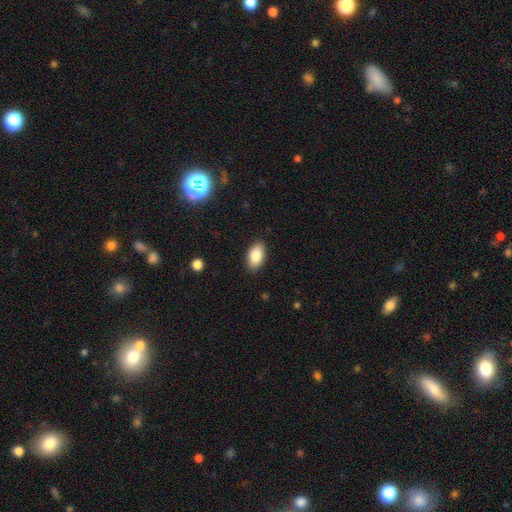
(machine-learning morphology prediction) This appears to be a smooth galaxy with no disk features (86%) that is in between round and cigar-shaped (93%). Merging: none (88%).